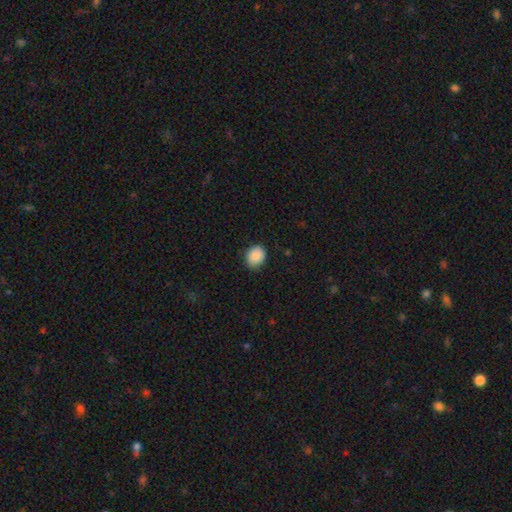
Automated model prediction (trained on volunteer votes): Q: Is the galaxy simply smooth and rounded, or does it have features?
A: smooth — 88%.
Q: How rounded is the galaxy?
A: round — 66%.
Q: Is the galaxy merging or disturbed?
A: none — 83%.